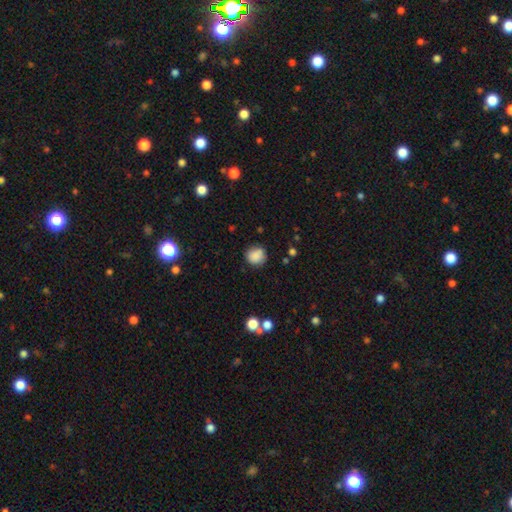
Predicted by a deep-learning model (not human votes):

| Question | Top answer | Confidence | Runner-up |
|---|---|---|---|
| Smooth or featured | smooth | 85% | star or artifact (10%) |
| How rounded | round | 86% | in between (13%) |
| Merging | none | 79% | minor disturbance (14%) |